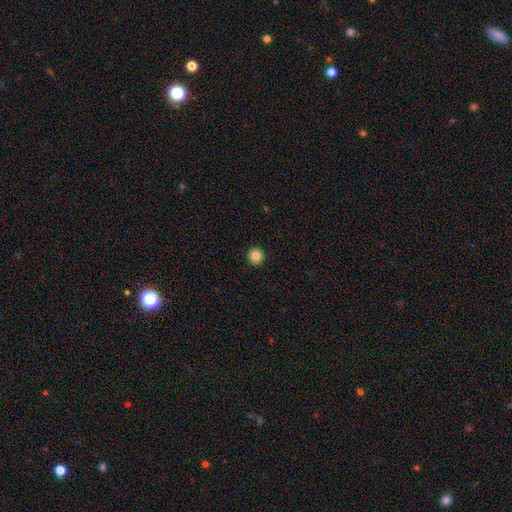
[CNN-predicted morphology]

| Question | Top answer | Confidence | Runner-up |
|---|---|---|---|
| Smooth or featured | smooth | 83% | star or artifact (10%) |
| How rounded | round | 95% | in between (4%) |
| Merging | none | 93% | minor disturbance (4%) |